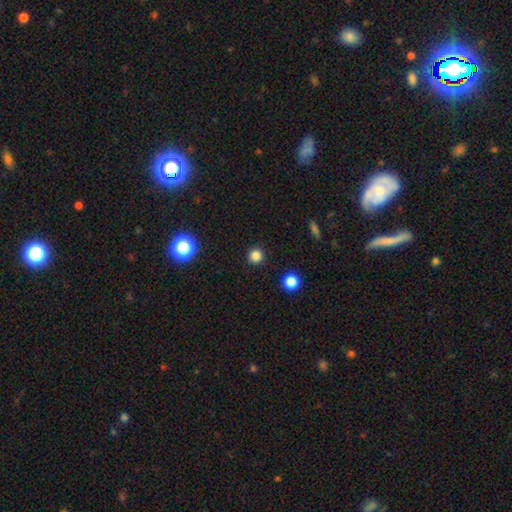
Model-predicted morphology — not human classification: Smooth or featured?
  - smooth: 82% *
  - star or artifact: 14%
  - featured or disk: 4%
How rounded?
  - round: 95% *
  - in between: 4%
  - cigar-shaped: 1%
Merging?
  - none: 92% *
  - minor disturbance: 4%
  - major disturbance: 2%
  - merger: 1%